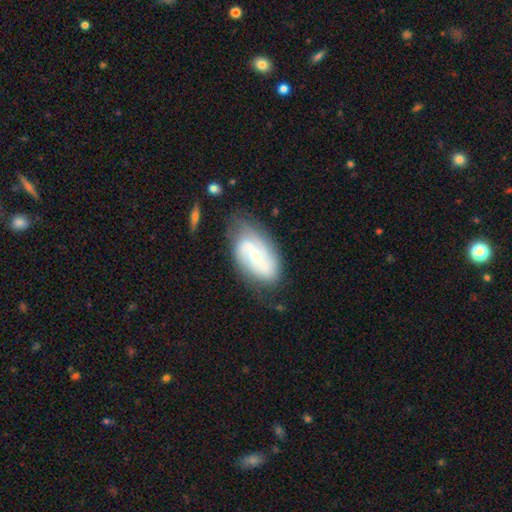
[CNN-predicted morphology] smooth_or_featured: featured or disk (p=0.76) [alt: smooth p=0.18]
disk_edge_on: no (p=0.95) [alt: yes p=0.05]
bar: weak (p=0.45) [alt: no p=0.33]
has_spiral_arms: yes (p=0.89) [alt: no p=0.11]
spiral_winding: medium (p=0.41) [alt: tight p=0.31]
spiral_arm_count: 2 (p=0.73) [alt: can't tell p=0.15]
bulge_size: small (p=0.48) [alt: moderate p=0.47]
merging: none (p=0.68) [alt: minor disturbance p=0.22]